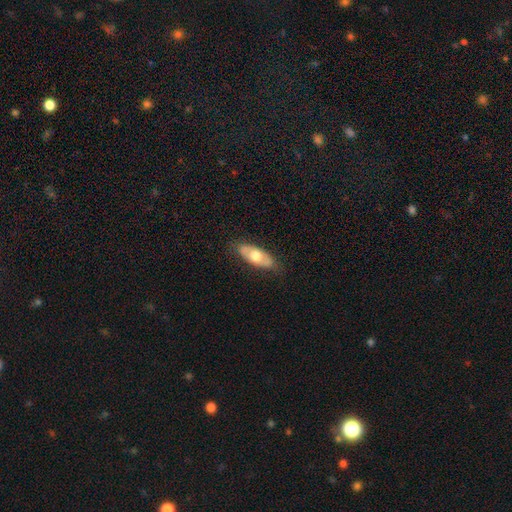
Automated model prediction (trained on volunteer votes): A smooth galaxy with no disk features (56%) that is in between round and cigar-shaped (82%).

Vote fractions:
- Smooth or featured? smooth: 56% / featured or disk: 38% / star or artifact: 5%
- How rounded? in between: 82% / cigar-shaped: 15% / round: 3%
- Merging? none: 82% / minor disturbance: 14% / major disturbance: 3% / merger: 1%